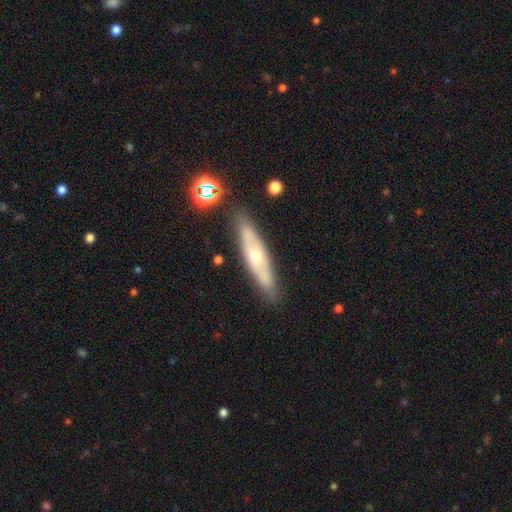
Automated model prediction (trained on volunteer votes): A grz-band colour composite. It shows a featured or disk galaxy (60%) viewed edge-on (57%). Merging: none (83%).